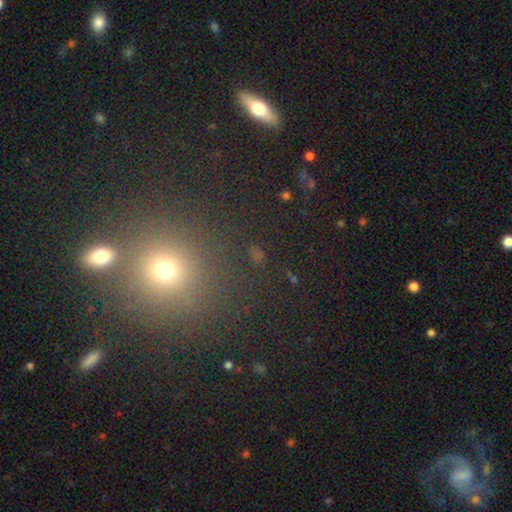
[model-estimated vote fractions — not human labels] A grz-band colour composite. It shows a smooth galaxy with no disk features (48%). Merging: none (84%).